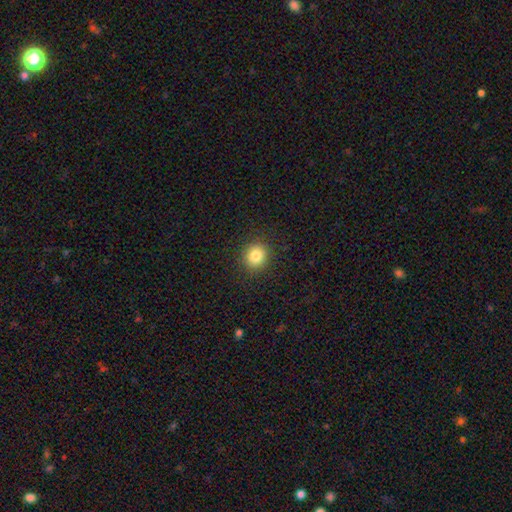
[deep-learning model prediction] smooth-or-featured: smooth: 83% | star or artifact: 11% | featured or disk: 6%
  how-rounded: round: 87% | in between: 12% | cigar-shaped: 1%
  merging: none: 90% | minor disturbance: 6% | major disturbance: 2% | merger: 1%